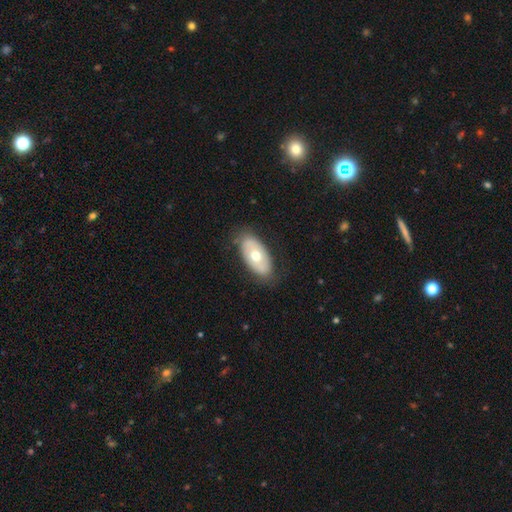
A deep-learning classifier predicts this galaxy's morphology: Smooth or featured?
  - smooth: 54% *
  - featured or disk: 40%
  - star or artifact: 6%
How rounded?
  - in between: 93% *
  - round: 4%
  - cigar-shaped: 3%
Merging?
  - none: 80% *
  - minor disturbance: 15%
  - major disturbance: 4%
  - merger: 1%